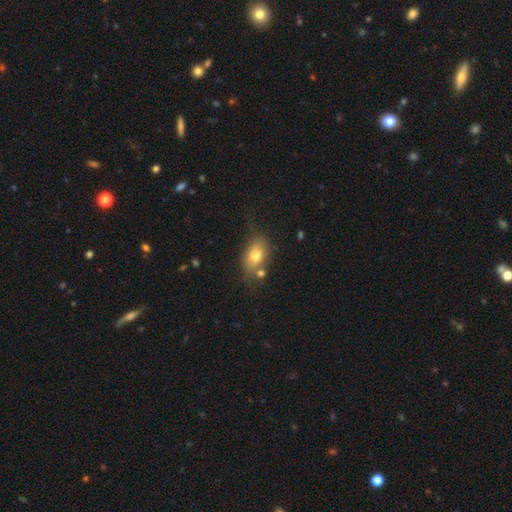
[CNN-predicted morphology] Smooth or featured: smooth — 74% (featured or disk — 17%)
How rounded: in between — 81% (round — 16%)
Merging: none — 53% (minor disturbance — 23%)